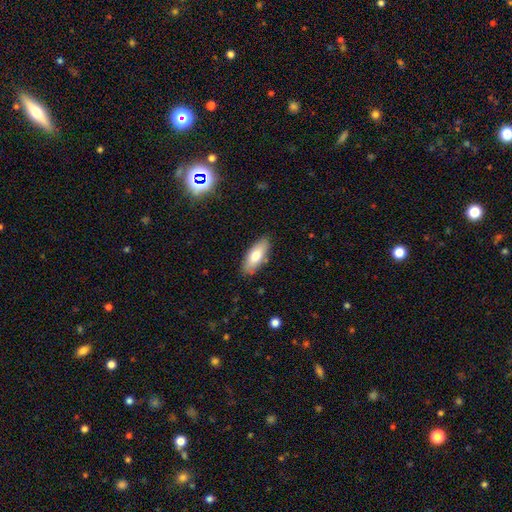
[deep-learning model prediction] The model was most divided on "how rounded": in between: 76%, cigar-shaped: 22%, round: 2%. More confident: merging — none (84%); smooth or featured — smooth (76%).